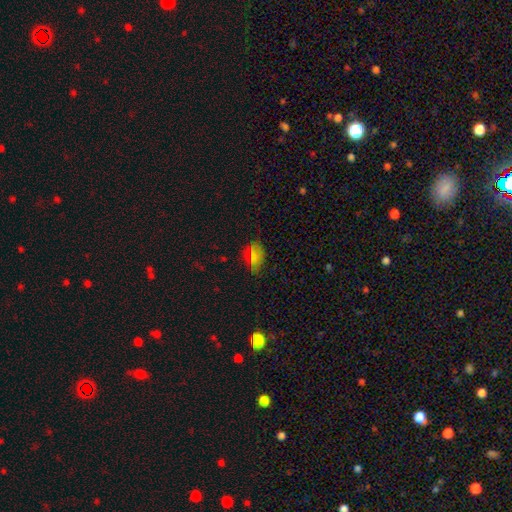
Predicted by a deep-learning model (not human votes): This is possibly a smooth galaxy (60%). How rounded: likely in between (79%). Merging: likely none (72%).